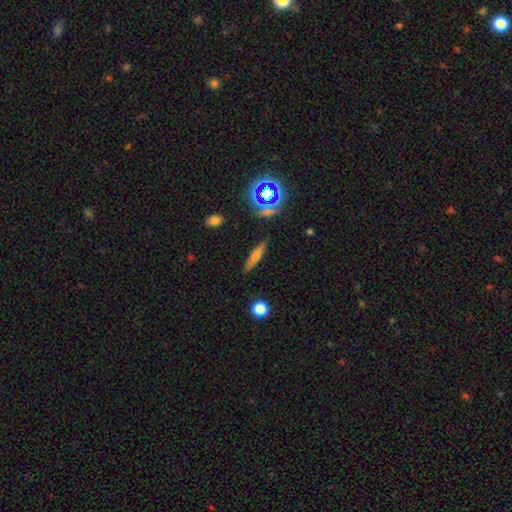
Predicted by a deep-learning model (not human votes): smooth_or_featured: smooth (p=0.57) [alt: featured or disk p=0.31]
how_rounded: cigar-shaped (p=0.80) [alt: in between p=0.16]
merging: none (p=0.84) [alt: minor disturbance p=0.10]